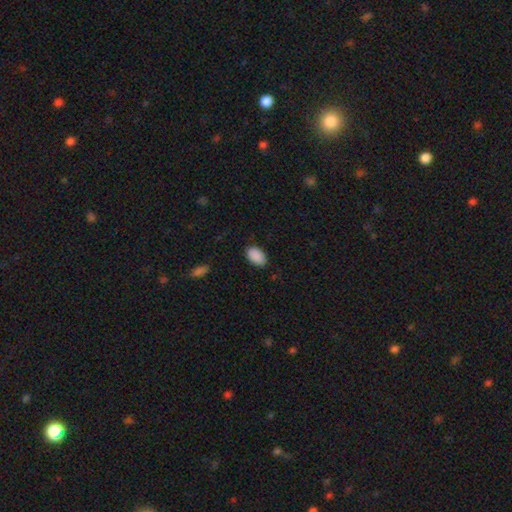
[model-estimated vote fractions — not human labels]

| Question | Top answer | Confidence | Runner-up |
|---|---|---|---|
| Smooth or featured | smooth | 90% | star or artifact (7%) |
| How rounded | in between | 90% | round (9%) |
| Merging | none | 85% | minor disturbance (11%) |